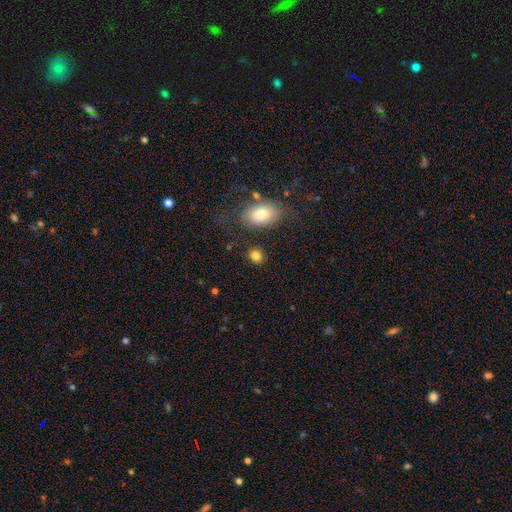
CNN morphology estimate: Smooth or featured?
  - smooth: 83% *
  - star or artifact: 11%
  - featured or disk: 7%
How rounded?
  - round: 55% *
  - in between: 43%
  - cigar-shaped: 2%
Merging?
  - none: 80% *
  - minor disturbance: 11%
  - merger: 5%
  - major disturbance: 4%